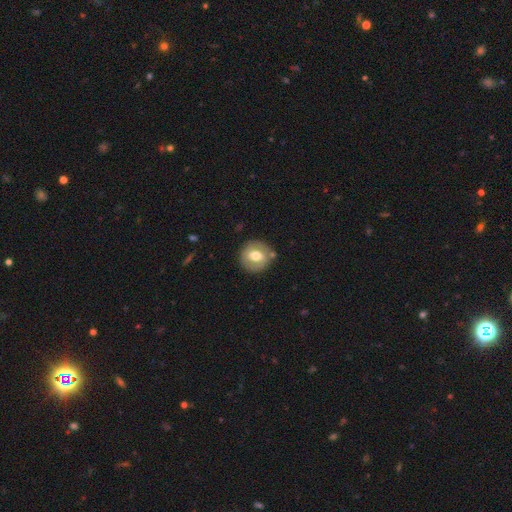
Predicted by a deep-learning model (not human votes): smooth 55%, featured or disk 38%, star or artifact 7%. Down the decision tree: how rounded — round (86%); merging — none (80%).